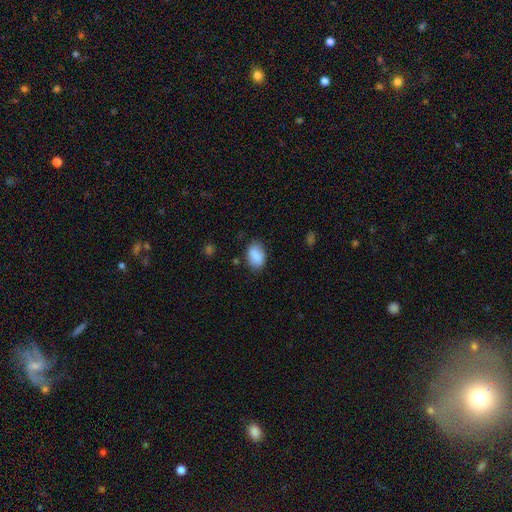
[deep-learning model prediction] smooth-or-featured: smooth: 86% | star or artifact: 7% | featured or disk: 6%
  how-rounded: in between: 86% | round: 13% | cigar-shaped: 1%
  merging: none: 76% | minor disturbance: 18% | major disturbance: 4% | merger: 2%